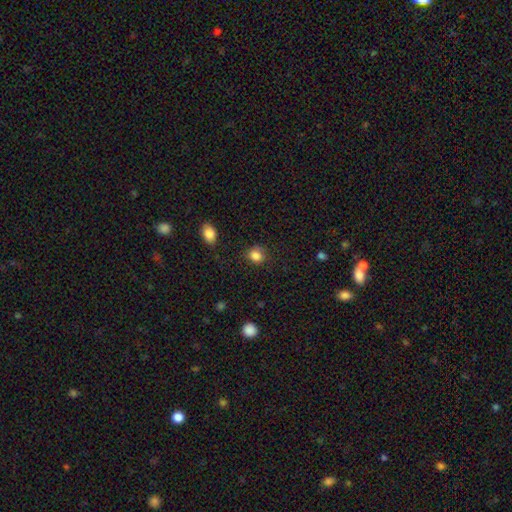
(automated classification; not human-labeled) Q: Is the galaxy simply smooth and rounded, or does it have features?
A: smooth — 85%.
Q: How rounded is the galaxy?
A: round — 72%.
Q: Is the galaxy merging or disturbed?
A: none — 78%.